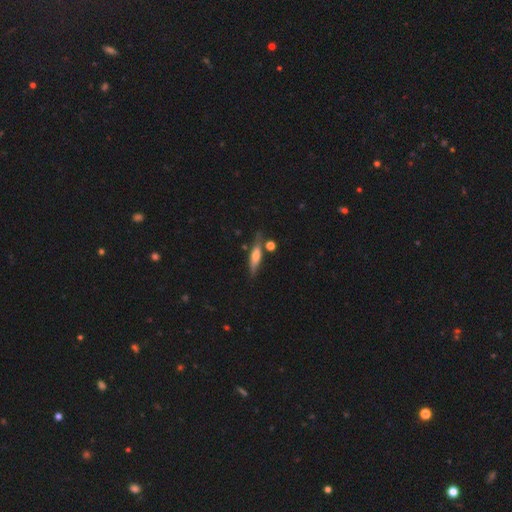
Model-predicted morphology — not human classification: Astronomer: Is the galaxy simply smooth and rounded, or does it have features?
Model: featured or disk — 50% (runner-up: smooth, 42%).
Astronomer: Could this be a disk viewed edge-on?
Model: yes — 86%.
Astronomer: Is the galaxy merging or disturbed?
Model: none — 69%.